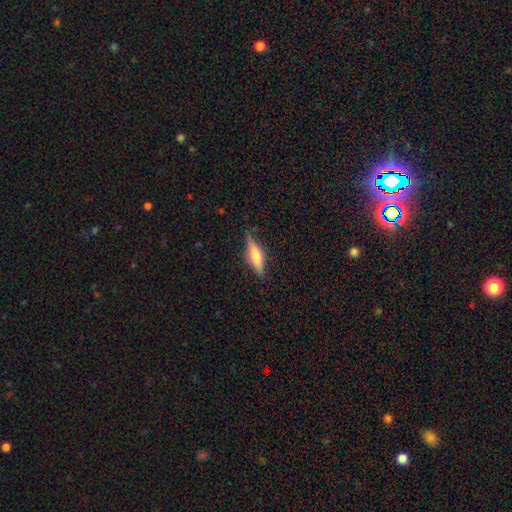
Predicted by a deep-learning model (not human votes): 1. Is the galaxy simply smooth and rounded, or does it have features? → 59% smooth, 34% featured or disk, 7% star or artifact.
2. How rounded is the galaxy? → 56% cigar-shaped, 41% in between, 2% round.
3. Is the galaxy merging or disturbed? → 78% none, 17% minor disturbance, 4% major disturbance, 1% merger.